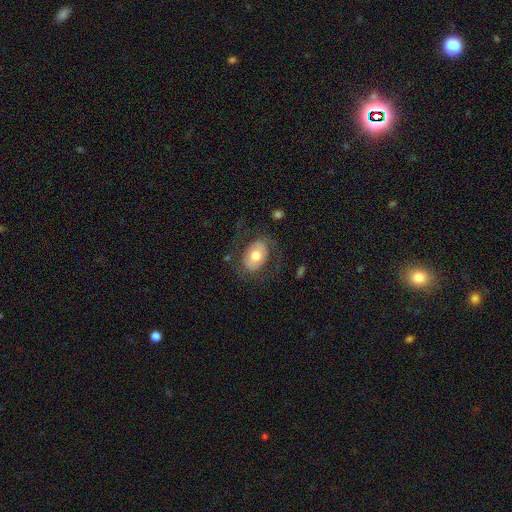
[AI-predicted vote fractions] Q: Smooth or featured?
A: smooth (53%); runner-up: featured or disk (40%)
Q: How rounded?
A: in between (76%); runner-up: round (23%)
Q: Merging?
A: none (68%); runner-up: major disturbance (16%)